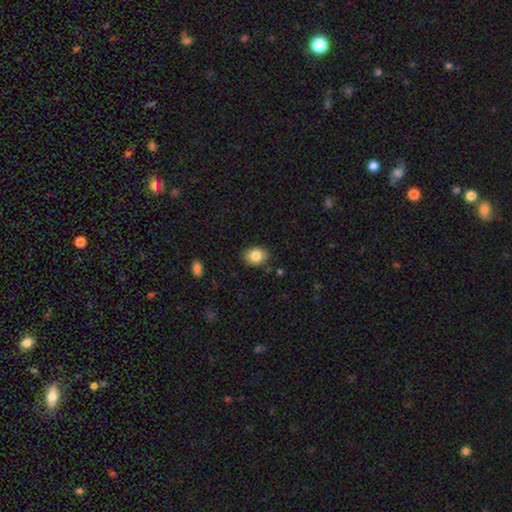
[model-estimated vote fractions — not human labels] Overall: smooth (84%). How rounded: in between (57%; round 42%). Merging: none (86%).